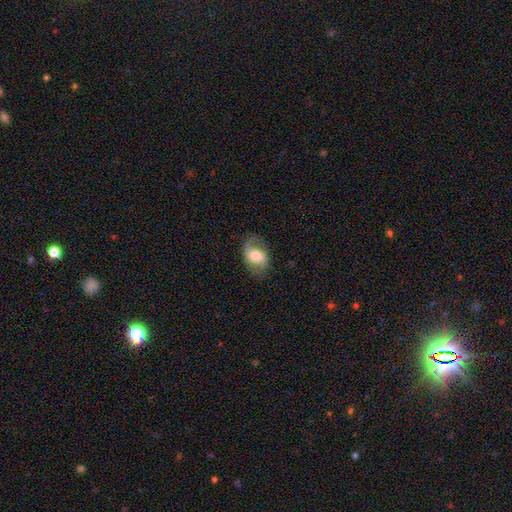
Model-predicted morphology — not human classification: featured or disk 47%, smooth 46%, star or artifact 7%. Down the decision tree: merging — none (69%).